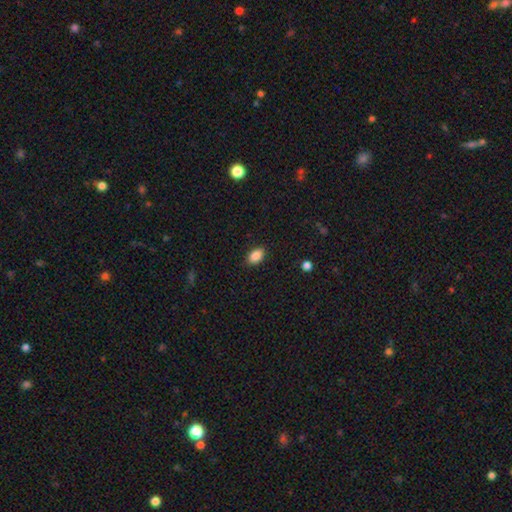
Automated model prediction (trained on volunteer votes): Q: Smooth or featured?
A: smooth (88%); runner-up: star or artifact (8%)
Q: How rounded?
A: in between (88%); runner-up: round (11%)
Q: Merging?
A: none (88%); runner-up: minor disturbance (9%)